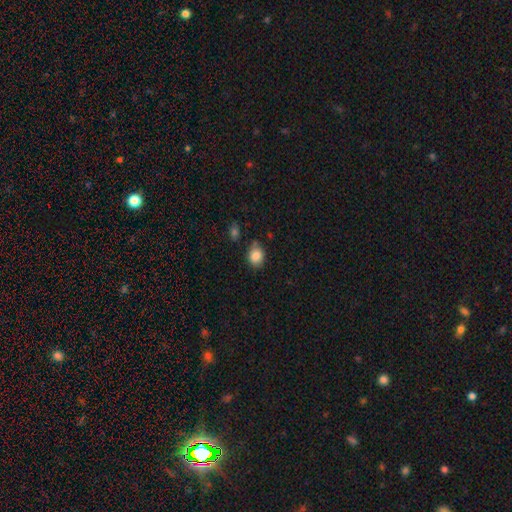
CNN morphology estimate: Smooth or featured?
  - smooth: 85% *
  - star or artifact: 9%
  - featured or disk: 5%
How rounded?
  - round: 52% *
  - in between: 47%
  - cigar-shaped: 1%
Merging?
  - none: 71% *
  - minor disturbance: 21%
  - merger: 4%
  - major disturbance: 4%